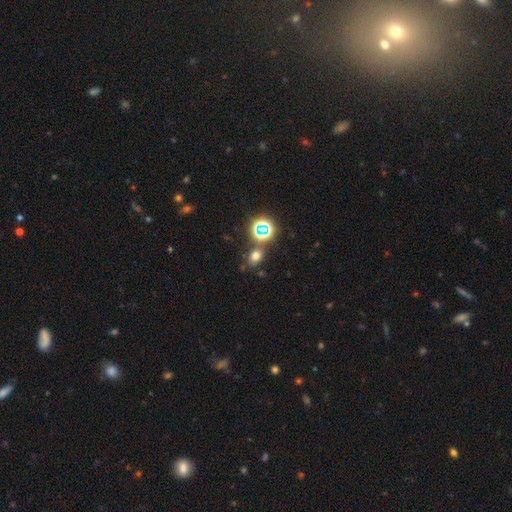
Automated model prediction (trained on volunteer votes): This appears to be a smooth galaxy with no disk features (63%) that is in between round and cigar-shaped (57%). Merging: none (74%).